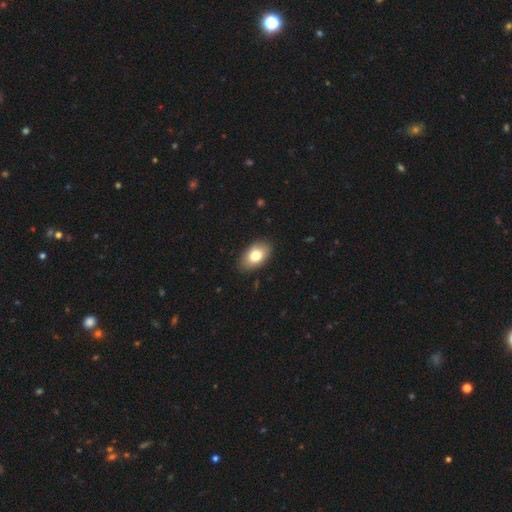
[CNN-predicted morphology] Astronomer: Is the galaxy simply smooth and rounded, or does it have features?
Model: smooth — 78%.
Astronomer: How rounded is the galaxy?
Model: in between — 92%.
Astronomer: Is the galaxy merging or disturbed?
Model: none — 87%.